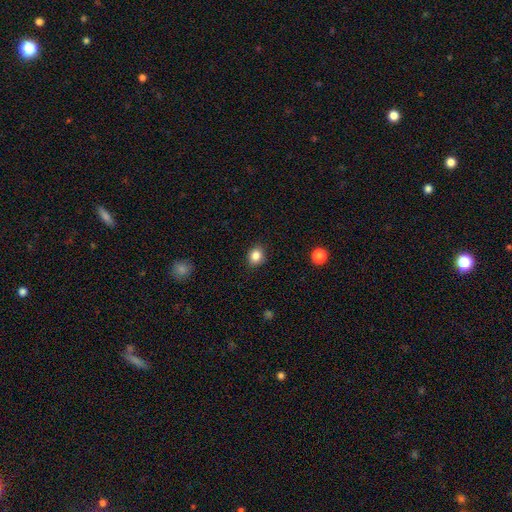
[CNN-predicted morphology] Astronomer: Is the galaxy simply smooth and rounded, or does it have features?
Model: smooth — 85%.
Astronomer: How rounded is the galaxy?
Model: round — 64%.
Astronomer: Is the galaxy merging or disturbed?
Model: none — 87%.